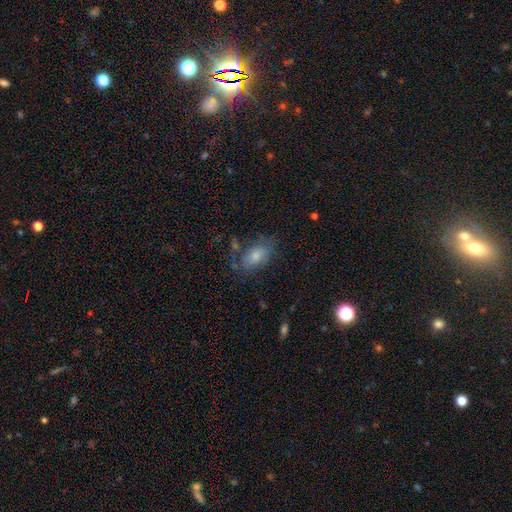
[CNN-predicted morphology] Overall: smooth (52%; featured or disk 32%). How rounded: in between (86%). Merging: none (63%).